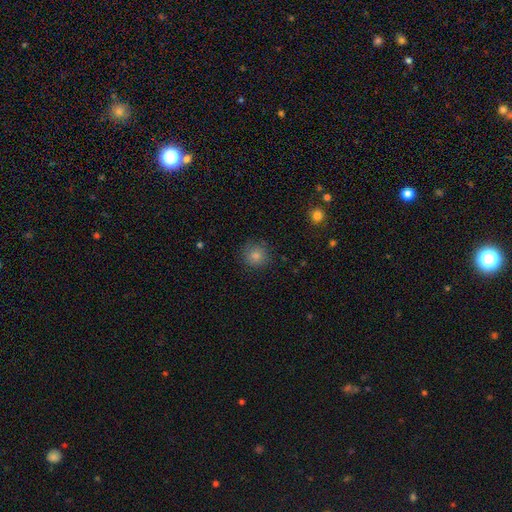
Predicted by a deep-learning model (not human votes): Smooth or featured? Predicted: smooth (p=0.83). How rounded? Predicted: round (p=0.91). Merging? Predicted: none (p=0.85).